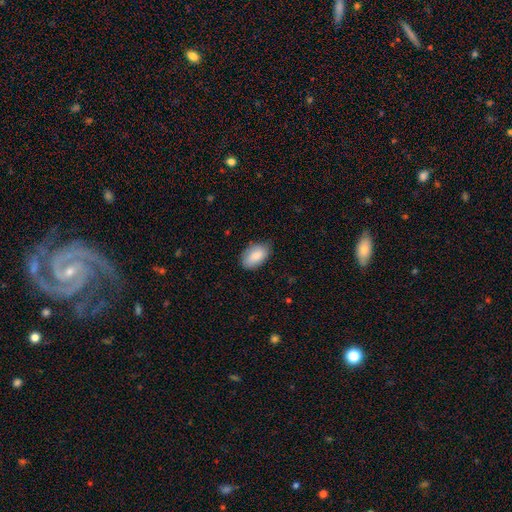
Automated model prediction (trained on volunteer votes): This is clearly a smooth galaxy (87%). How rounded: clearly in between (94%). Merging: likely none (77%).